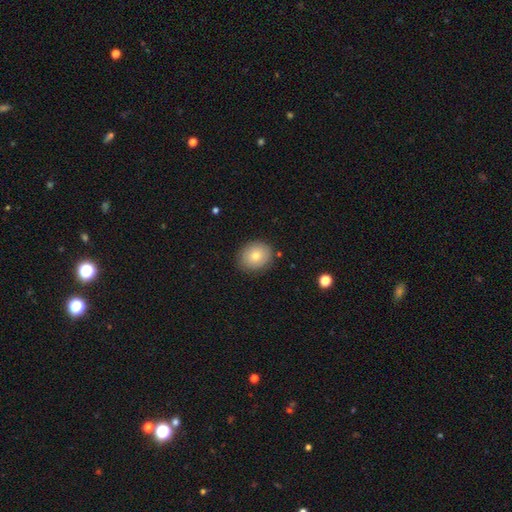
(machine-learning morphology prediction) smooth-or-featured: smooth: 74% | featured or disk: 16% | star or artifact: 9%
  how-rounded: round: 62% | in between: 37% | cigar-shaped: 1%
  merging: none: 86% | minor disturbance: 10% | major disturbance: 2% | merger: 1%